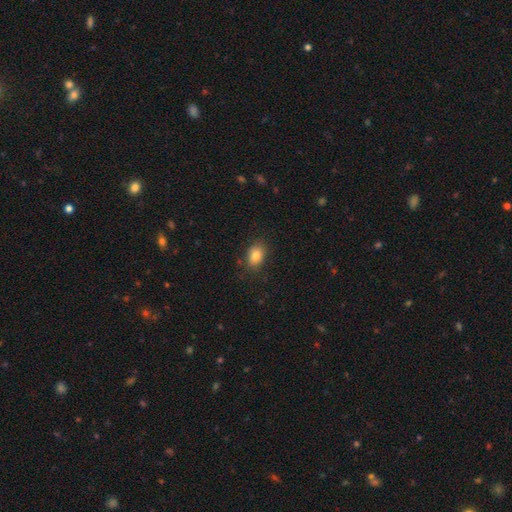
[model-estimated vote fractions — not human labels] smooth-or-featured: smooth: 83% | star or artifact: 9% | featured or disk: 7%
  how-rounded: in between: 71% | round: 28% | cigar-shaped: 1%
  merging: none: 83% | minor disturbance: 13% | major disturbance: 3% | merger: 1%